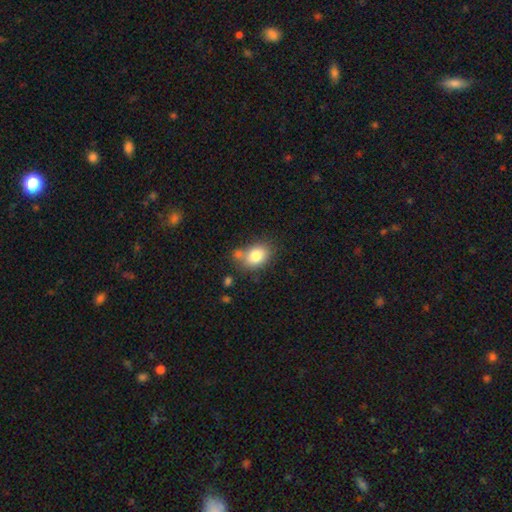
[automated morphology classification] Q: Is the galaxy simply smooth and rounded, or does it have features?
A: smooth — 81%.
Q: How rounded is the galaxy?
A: in between — 73%.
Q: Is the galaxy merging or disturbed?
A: none — 61%.